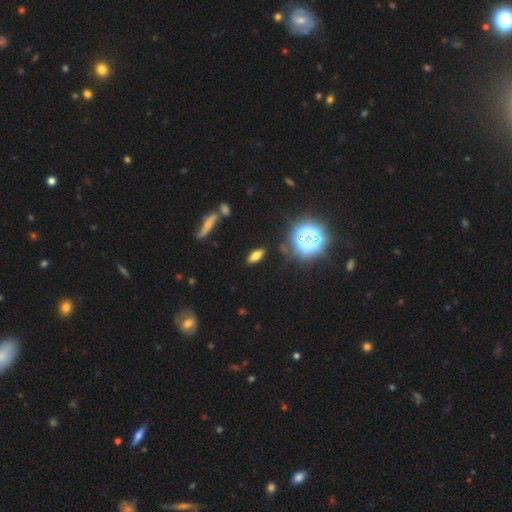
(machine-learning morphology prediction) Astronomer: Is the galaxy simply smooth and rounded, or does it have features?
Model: smooth — 61%.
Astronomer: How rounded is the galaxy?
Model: in between — 63%.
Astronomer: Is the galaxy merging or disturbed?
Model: none — 84%.